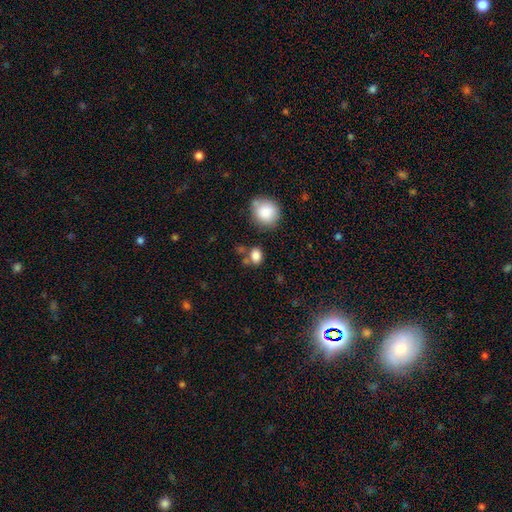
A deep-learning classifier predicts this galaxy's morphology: Smooth or featured?
  - smooth: 83% *
  - star or artifact: 11%
  - featured or disk: 6%
How rounded?
  - in between: 54% *
  - round: 45%
  - cigar-shaped: 2%
Merging?
  - none: 61% *
  - minor disturbance: 17%
  - merger: 15%
  - major disturbance: 7%